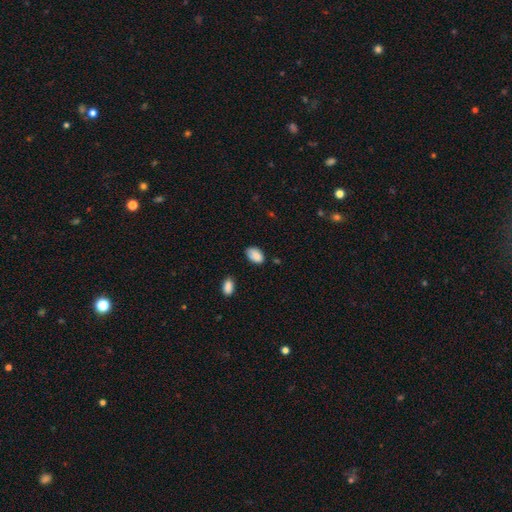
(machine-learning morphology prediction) smooth 86%, star or artifact 8%, featured or disk 6%. Down the decision tree: how rounded — in between (91%); merging — none (66%).